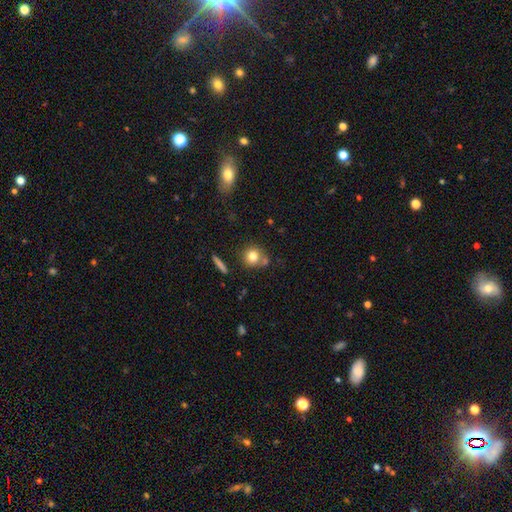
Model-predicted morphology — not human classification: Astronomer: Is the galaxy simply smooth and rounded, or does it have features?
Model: smooth — 77%.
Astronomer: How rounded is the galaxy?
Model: round — 87%.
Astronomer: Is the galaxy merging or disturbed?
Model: none — 66%.